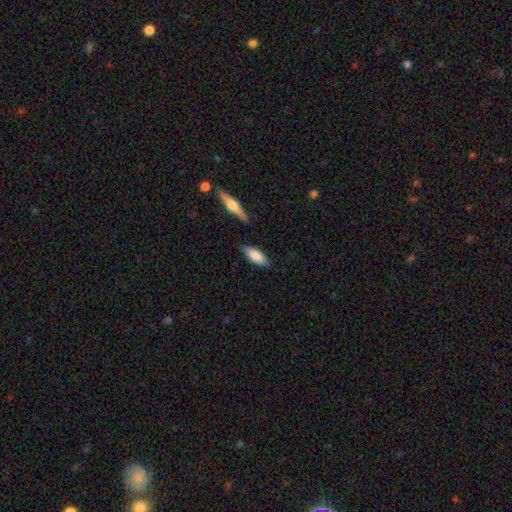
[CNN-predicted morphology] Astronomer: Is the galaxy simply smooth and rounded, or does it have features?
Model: smooth — 82%.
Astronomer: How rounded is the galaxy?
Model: in between — 72%.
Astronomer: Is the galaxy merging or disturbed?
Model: none — 82%.